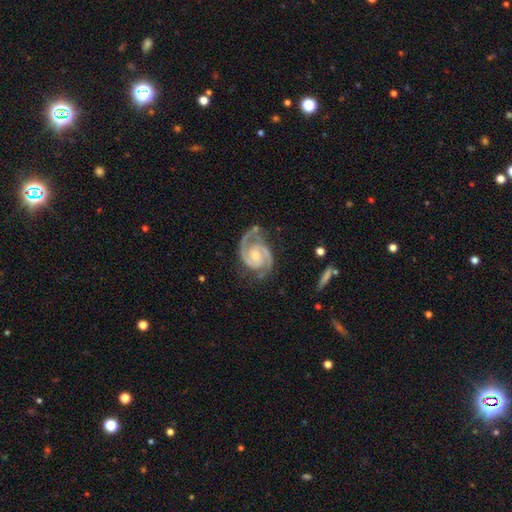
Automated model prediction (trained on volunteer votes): Overall: featured or disk (94%). Edge-on disk: no (98%). Bar: no (59%; weak 32%). Spiral arms: yes (99%). Spiral arm count: 2 (93%). Spiral winding: medium (49%; tight 45%). Bulge size: small (49%; moderate 42%). Merging: none (72%).